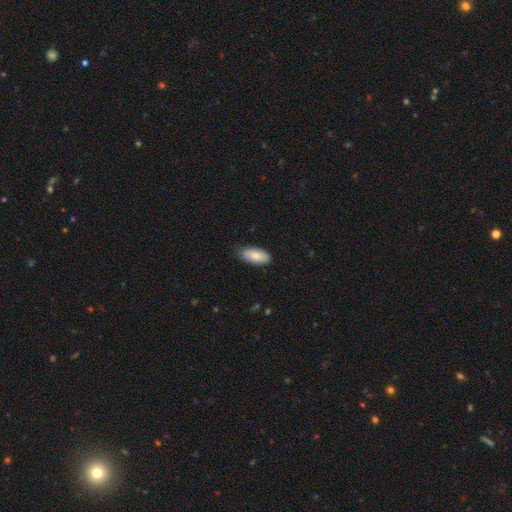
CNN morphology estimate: Smooth or featured? smooth (85%)
How rounded? in between (91%)
Merging? none (83%)